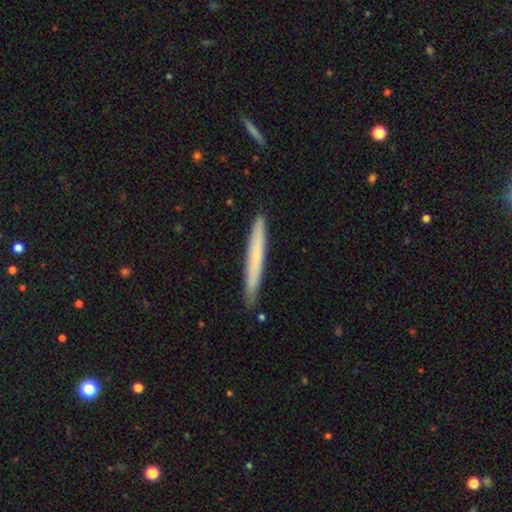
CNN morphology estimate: type=smooth (62%); roundness=cigar-shaped (97%); merging=none (89%).